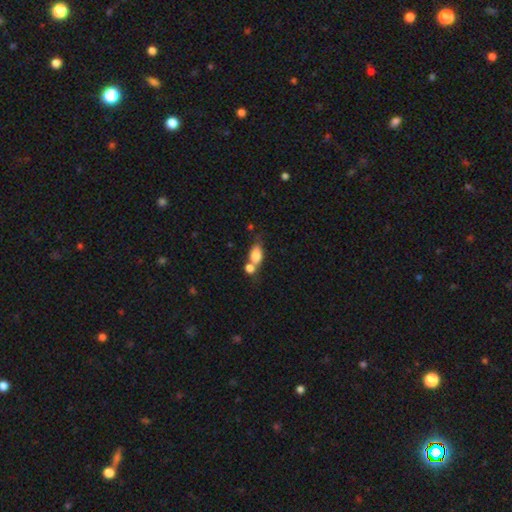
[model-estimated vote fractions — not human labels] Smooth or featured? smooth (77%)
How rounded? in between (73%)
Merging? merger (51%)